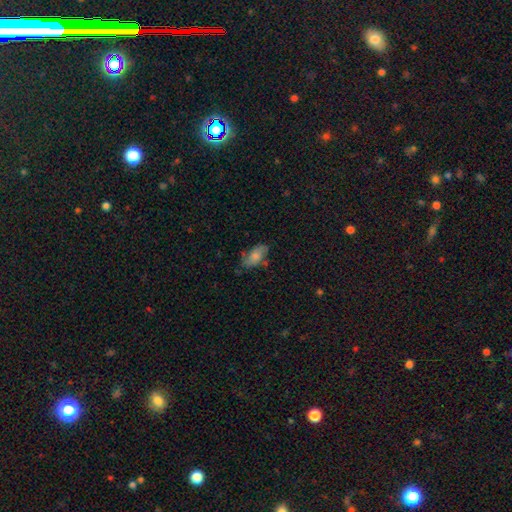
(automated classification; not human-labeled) A smooth galaxy with no disk features (60%) that is in between round and cigar-shaped (88%).

Vote fractions:
- Smooth or featured? smooth: 60% / featured or disk: 32% / star or artifact: 8%
- How rounded? in between: 88% / cigar-shaped: 7% / round: 4%
- Merging? none: 61% / minor disturbance: 26% / major disturbance: 9% / merger: 3%